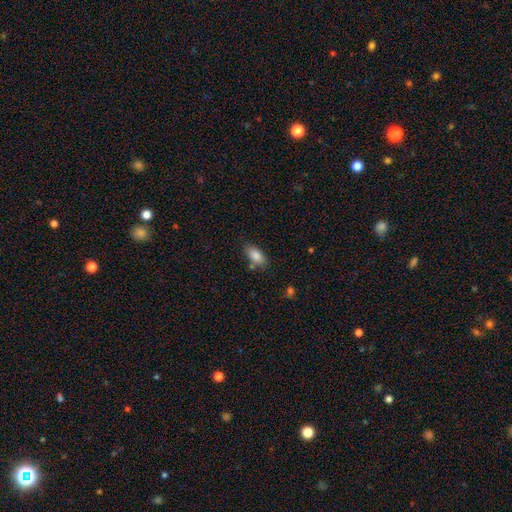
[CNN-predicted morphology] This appears to be a smooth galaxy with no disk features (85%) that is in between round and cigar-shaped (88%). Merging: none (73%).